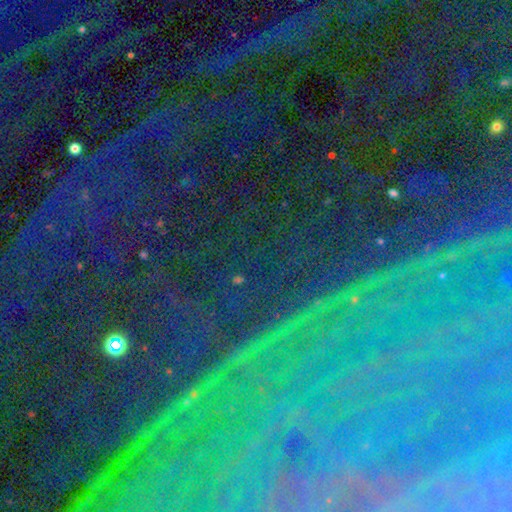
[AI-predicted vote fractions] Overall: star or artifact (77%).